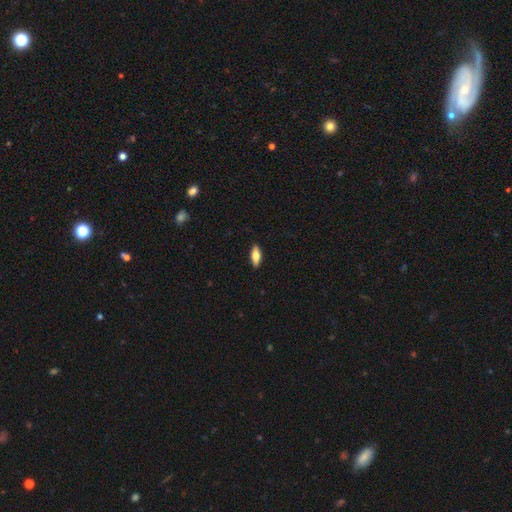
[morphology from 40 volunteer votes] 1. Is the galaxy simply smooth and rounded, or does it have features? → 70% smooth, 22% featured or disk, 8% star or artifact.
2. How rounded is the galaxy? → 64% in between, 36% cigar-shaped, 0% round.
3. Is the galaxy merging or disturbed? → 89% none, 11% minor disturbance, 0% major disturbance, 0% merger.